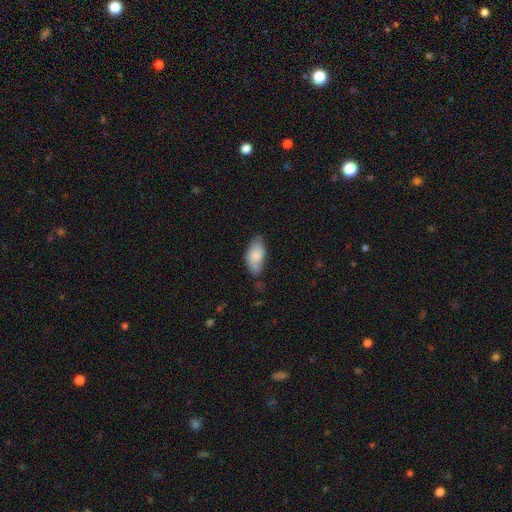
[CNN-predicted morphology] smooth_or_featured: smooth (p=0.71) [alt: featured or disk p=0.23]
how_rounded: in between (p=0.92) [alt: cigar-shaped p=0.05]
merging: none (p=0.57) [alt: minor disturbance p=0.33]